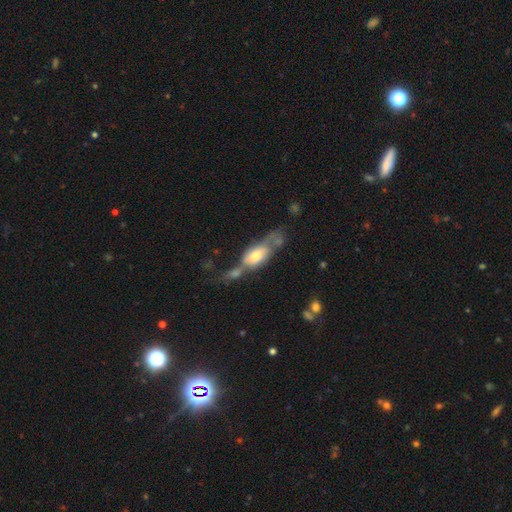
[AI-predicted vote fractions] This is possibly a smooth galaxy (54%). How rounded: likely in between (79%). Merging: marginally merger (40%).